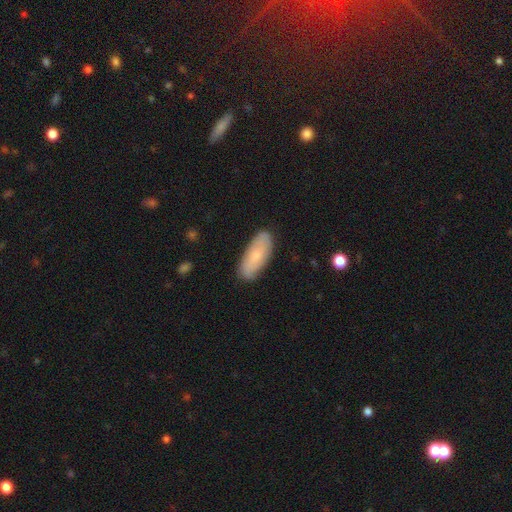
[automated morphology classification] Smooth or featured? smooth (72%)
How rounded? in between (79%)
Merging? none (84%)